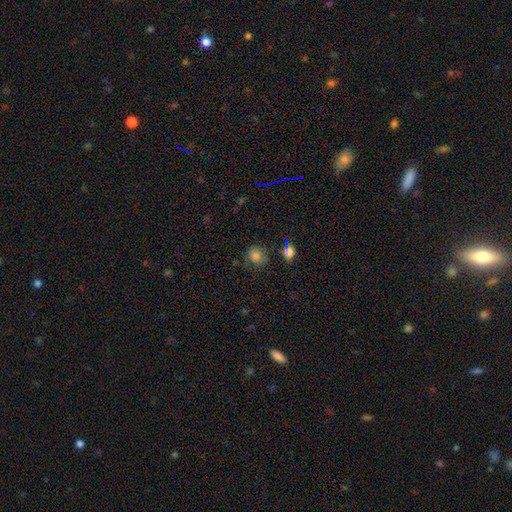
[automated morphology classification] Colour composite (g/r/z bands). It shows a smooth galaxy with no disk features (79%) that is round (77%). Merging: none (72%).